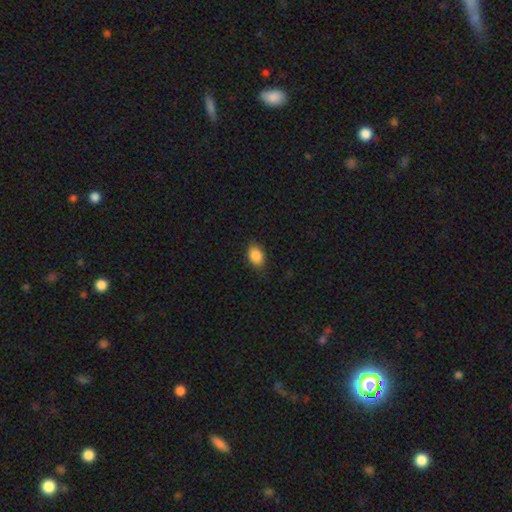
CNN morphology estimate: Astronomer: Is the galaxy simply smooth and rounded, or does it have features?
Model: smooth — 88%.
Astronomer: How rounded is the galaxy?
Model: in between — 81%.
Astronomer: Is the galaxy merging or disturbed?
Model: none — 80%.